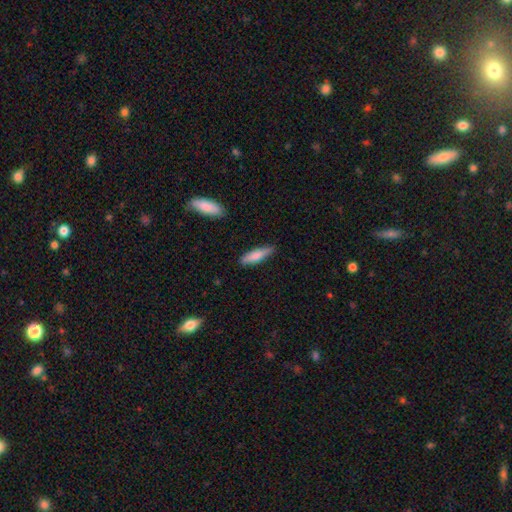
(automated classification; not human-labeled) Morphology: type=smooth (79%); roundness=cigar-shaped (66%); merging=none (81%).